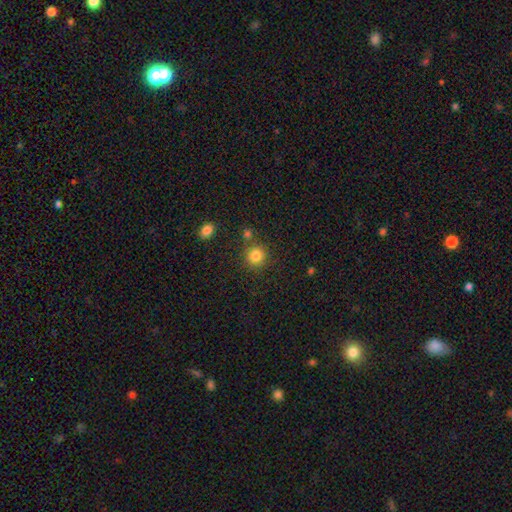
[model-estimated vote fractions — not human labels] Smooth or featured? smooth (83%)
How rounded? round (90%)
Merging? none (79%)